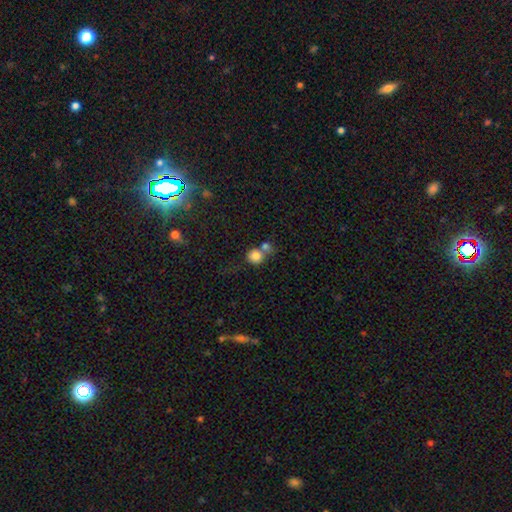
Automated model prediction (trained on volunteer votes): smooth-or-featured: smooth: 81% | star or artifact: 11% | featured or disk: 9%
  how-rounded: round: 85% | in between: 14% | cigar-shaped: 1%
  merging: merger: 44% | none: 41% | minor disturbance: 10% | major disturbance: 5%